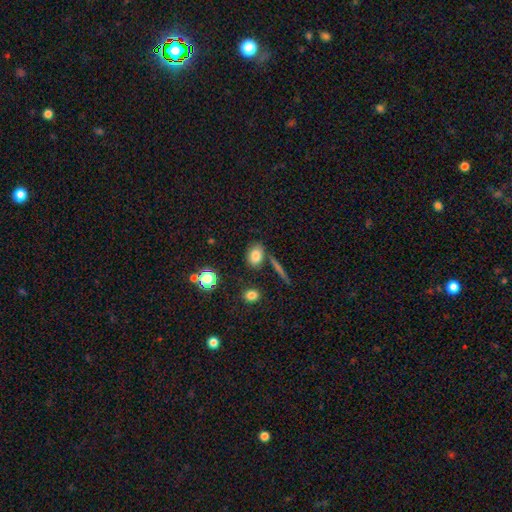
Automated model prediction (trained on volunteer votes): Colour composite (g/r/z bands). It shows a smooth galaxy with no disk features (81%) that is in between round and cigar-shaped (69%). Merging: none (74%).